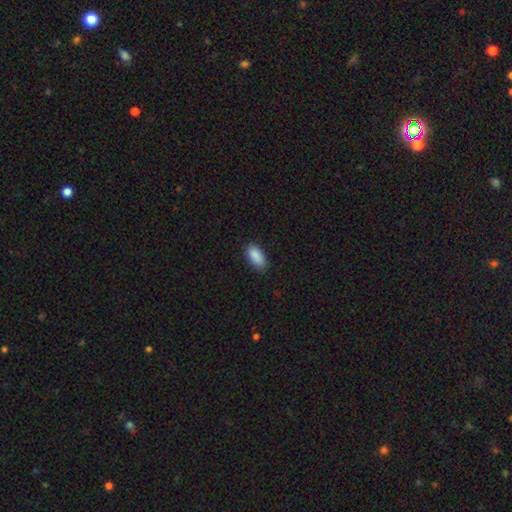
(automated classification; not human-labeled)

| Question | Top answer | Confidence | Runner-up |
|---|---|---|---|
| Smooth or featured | smooth | 90% | star or artifact (7%) |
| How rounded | in between | 91% | cigar-shaped (7%) |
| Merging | none | 84% | minor disturbance (13%) |